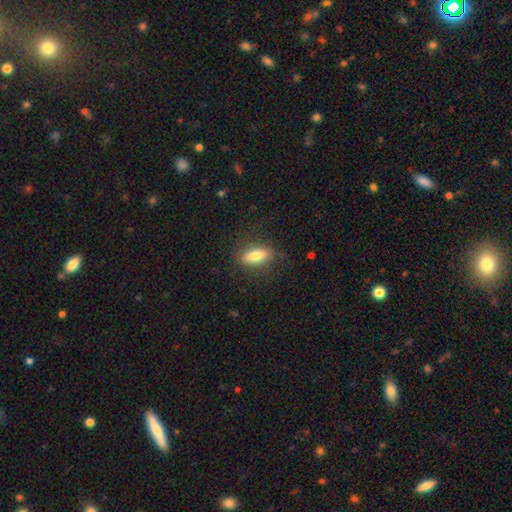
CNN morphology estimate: smooth_or_featured: smooth (p=0.78) [alt: featured or disk p=0.15]
how_rounded: in between (p=0.68) [alt: cigar-shaped p=0.28]
merging: none (p=0.83) [alt: minor disturbance p=0.12]